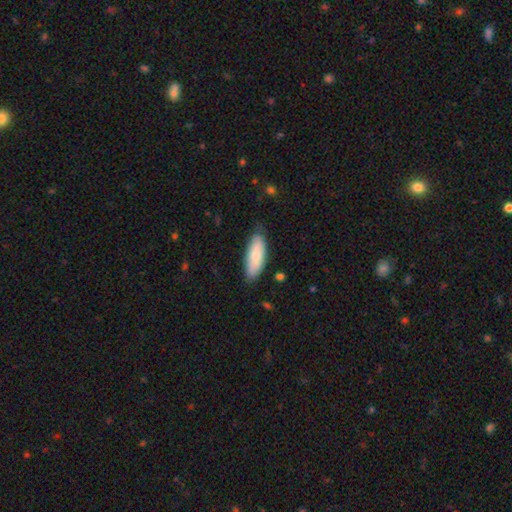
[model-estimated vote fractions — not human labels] Smooth or featured? Predicted: smooth (p=0.75). How rounded? Predicted: in between (p=0.74). Merging? Predicted: none (p=0.78).